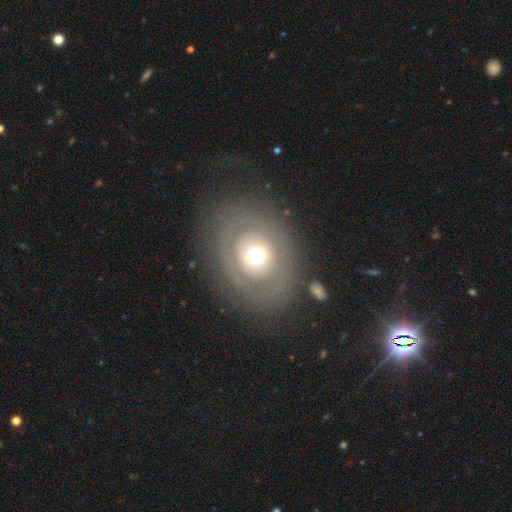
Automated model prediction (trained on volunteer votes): The model was most divided on "smooth or featured": featured or disk: 52%, smooth: 41%, star or artifact: 7%. More confident: edge-on disk — no (94%); merging — none (77%).